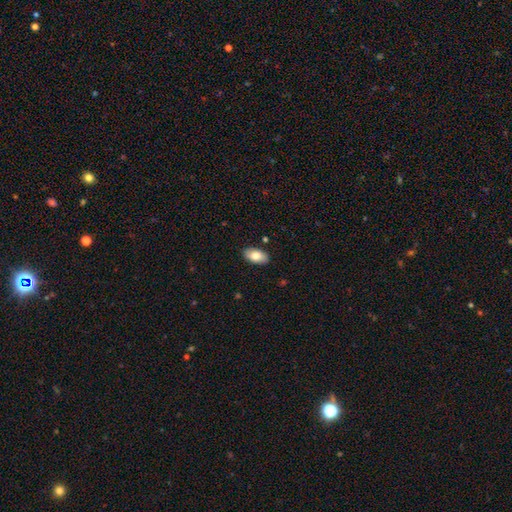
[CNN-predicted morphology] Smooth or featured: smooth — 80% (featured or disk — 14%)
How rounded: in between — 95% (round — 3%)
Merging: none — 88% (minor disturbance — 9%)